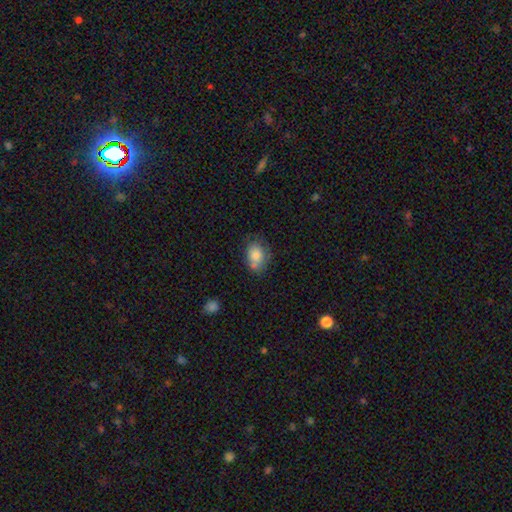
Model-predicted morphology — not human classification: Q: Smooth or featured?
A: smooth (81%); runner-up: featured or disk (10%)
Q: How rounded?
A: in between (72%); runner-up: round (26%)
Q: Merging?
A: none (56%); runner-up: minor disturbance (26%)